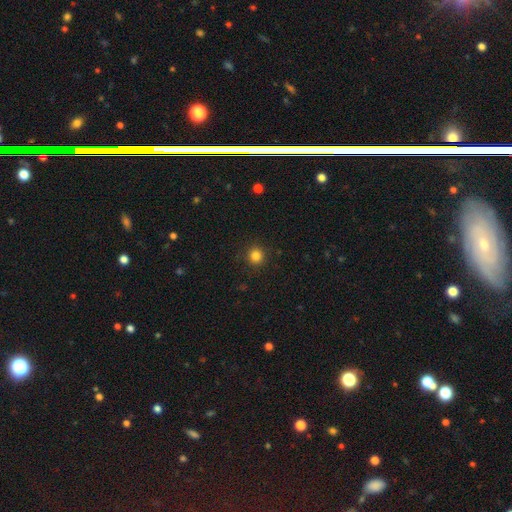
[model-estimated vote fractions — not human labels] Smooth or featured: smooth — 83% (star or artifact — 13%)
How rounded: round — 95% (in between — 5%)
Merging: none — 91% (minor disturbance — 6%)